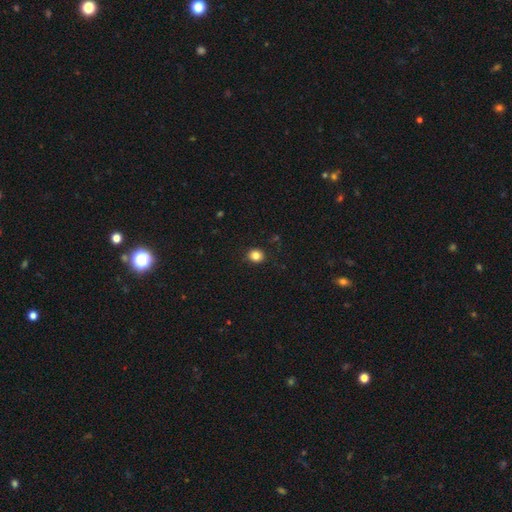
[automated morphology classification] This is clearly a smooth galaxy (83%). How rounded: clearly round (83%). Merging: clearly none (90%).